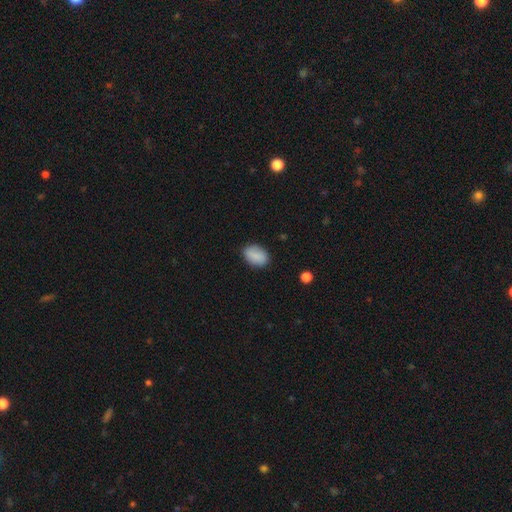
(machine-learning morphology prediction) Overall: smooth (86%). How rounded: in between (84%). Merging: none (84%).